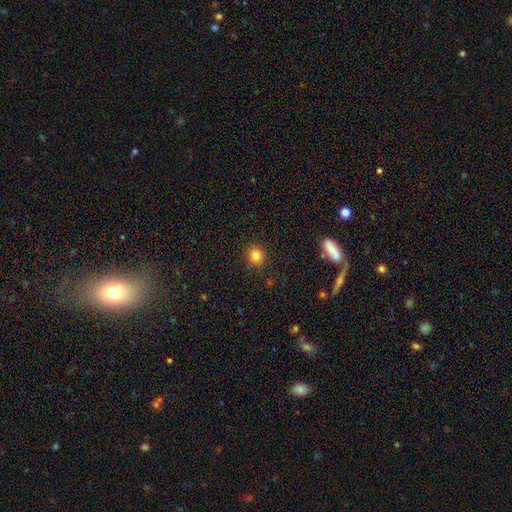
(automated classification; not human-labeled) The model was most divided on "smooth or featured": smooth: 83%, star or artifact: 12%, featured or disk: 5%. More confident: merging — none (88%); how rounded — round (85%).